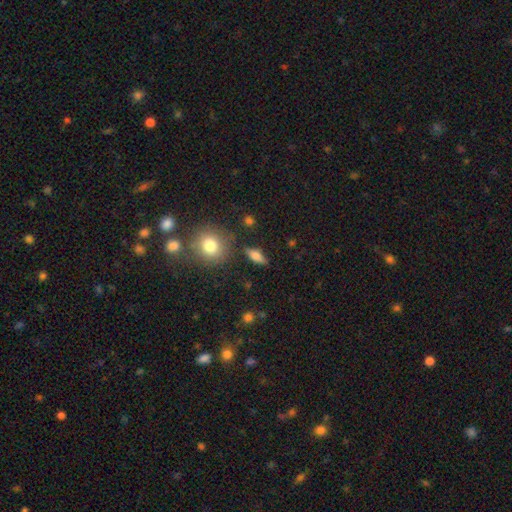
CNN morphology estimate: Q: Smooth or featured?
A: smooth (70%); runner-up: featured or disk (20%)
Q: How rounded?
A: in between (68%); runner-up: cigar-shaped (25%)
Q: Merging?
A: none (82%); runner-up: minor disturbance (11%)